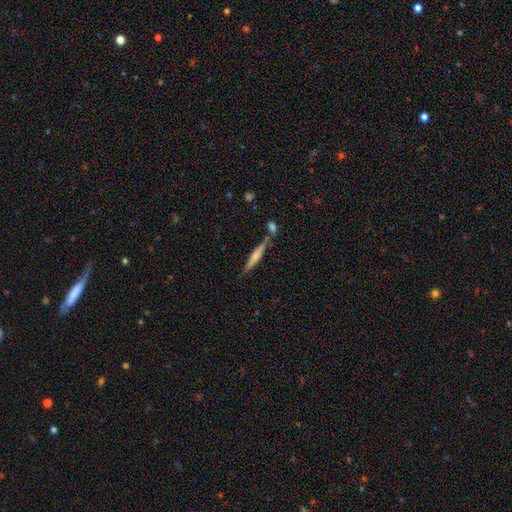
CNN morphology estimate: The model was most divided on "smooth or featured": smooth: 52%, featured or disk: 42%, star or artifact: 6%. More confident: how rounded — cigar-shaped (92%); merging — none (73%).